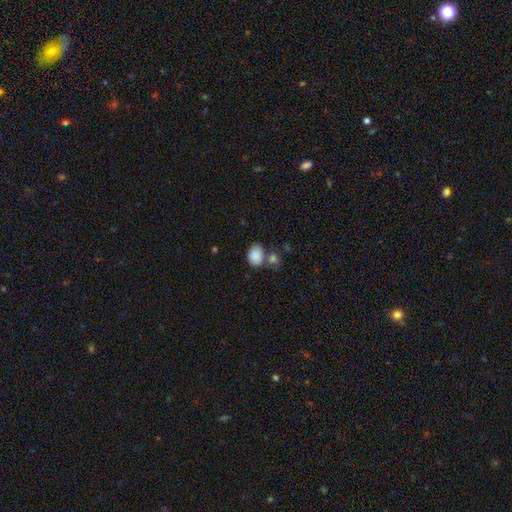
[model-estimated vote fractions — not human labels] Smooth or featured?
  - smooth: 87% *
  - star or artifact: 8%
  - featured or disk: 5%
How rounded?
  - in between: 72% *
  - round: 27%
  - cigar-shaped: 1%
Merging?
  - none: 51% *
  - merger: 30%
  - minor disturbance: 14%
  - major disturbance: 5%